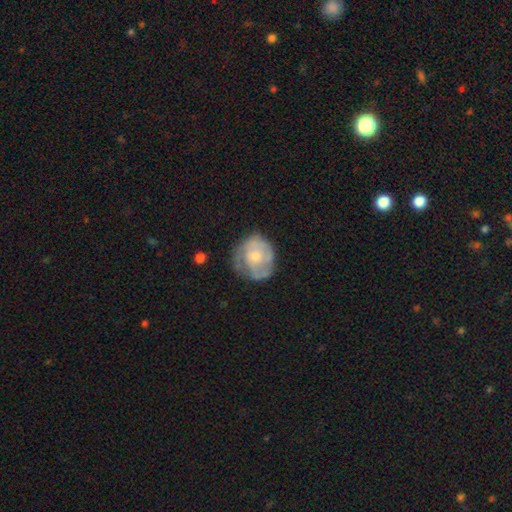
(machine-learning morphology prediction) A featured or disk galaxy (57%) with no bar (83%), spiral arms (57%) and a small central bulge (47%). Merging: none (57%).